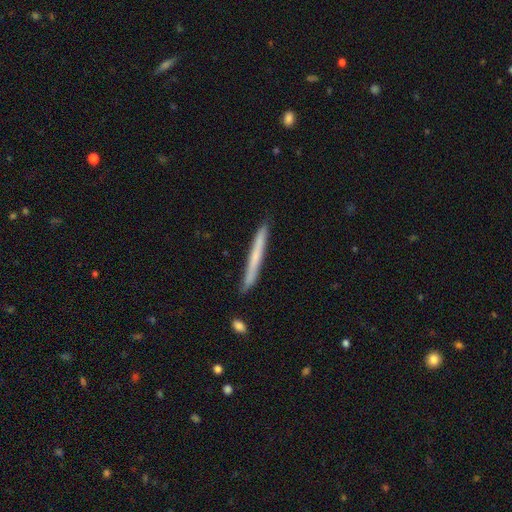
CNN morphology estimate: Overall: smooth (55%; featured or disk 39%). How rounded: cigar-shaped (97%). Merging: none (90%).